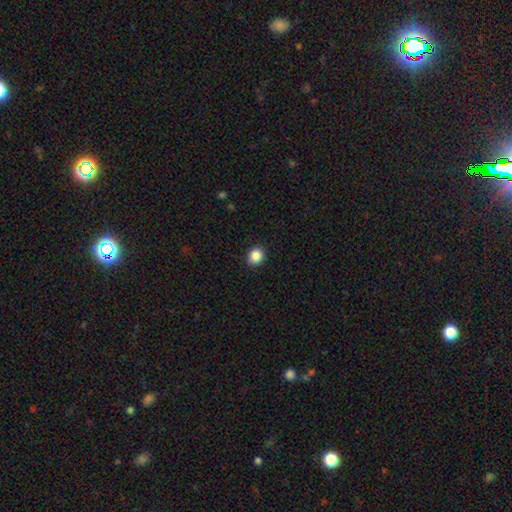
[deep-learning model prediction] Q: Smooth or featured?
A: smooth (86%); runner-up: star or artifact (10%)
Q: How rounded?
A: round (75%); runner-up: in between (24%)
Q: Merging?
A: none (91%); runner-up: minor disturbance (6%)